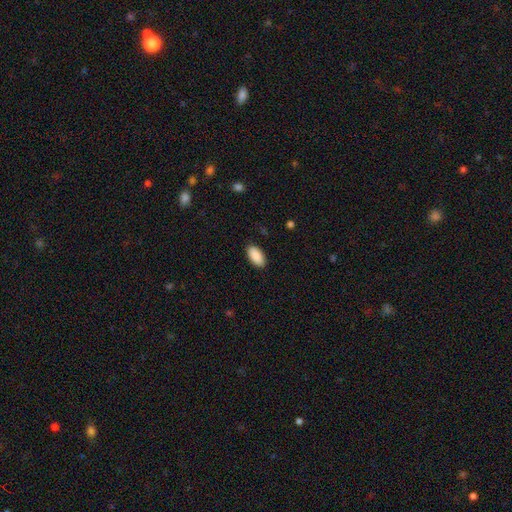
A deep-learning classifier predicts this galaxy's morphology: smooth_or_featured: smooth (p=0.90) [alt: star or artifact p=0.06]
how_rounded: in between (p=0.94) [alt: cigar-shaped p=0.03]
merging: none (p=0.88) [alt: minor disturbance p=0.09]